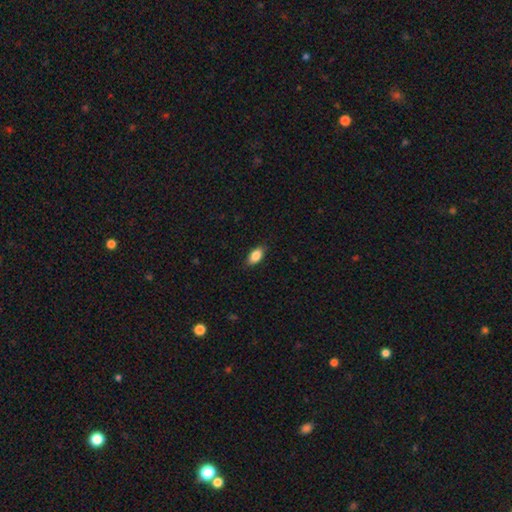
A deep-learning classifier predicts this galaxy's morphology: A smooth galaxy with no disk features (85%) that is in between round and cigar-shaped (89%). Merging: none (86%).